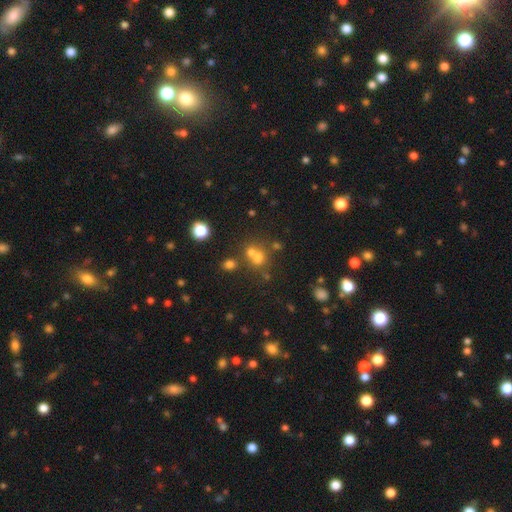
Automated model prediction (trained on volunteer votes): A smooth galaxy with no disk features (59%) that is round (74%).

Vote fractions:
- Smooth or featured? smooth: 59% / star or artifact: 23% / featured or disk: 17%
- How rounded? round: 74% / in between: 25% / cigar-shaped: 1%
- Merging? merger: 46% / none: 41% / minor disturbance: 8% / major disturbance: 5%